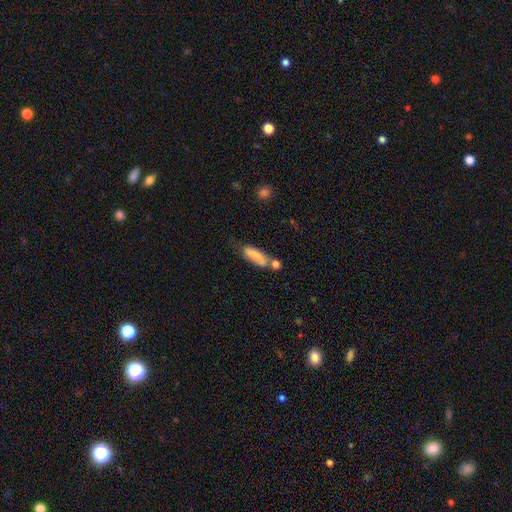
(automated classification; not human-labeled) The model was most divided on "how rounded": in between: 50%, cigar-shaped: 48%, round: 2%. Remaining: smooth or featured — smooth (70%); merging — none (46%).